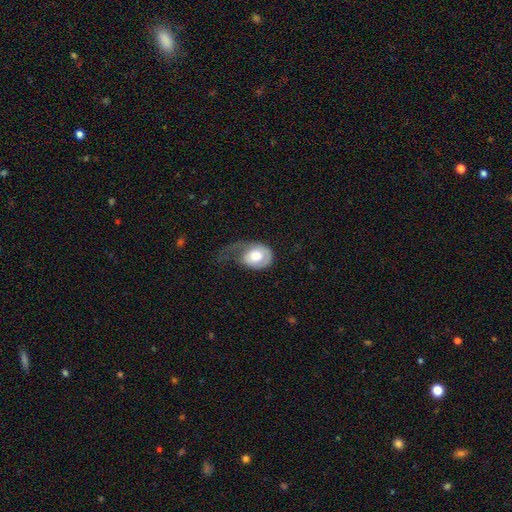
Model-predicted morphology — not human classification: A smooth galaxy with no disk features (53%) that is in between round and cigar-shaped (60%). Merging: major disturbance (55%).